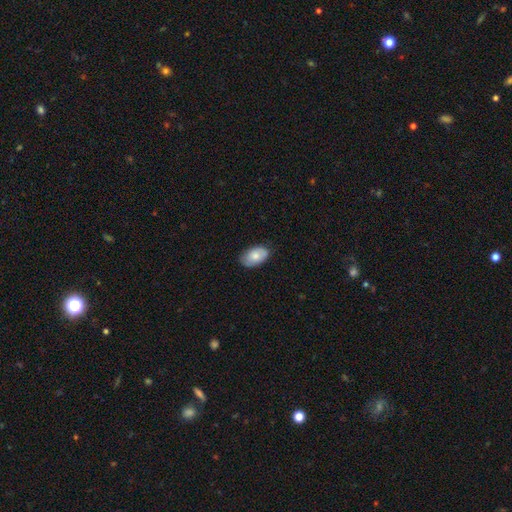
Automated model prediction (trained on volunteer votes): A smooth galaxy with no disk features (74%) that is in between round and cigar-shaped (93%).

Vote fractions:
- Smooth or featured? smooth: 74% / featured or disk: 20% / star or artifact: 6%
- How rounded? in between: 93% / round: 6% / cigar-shaped: 1%
- Merging? none: 80% / minor disturbance: 16% / major disturbance: 3% / merger: 1%